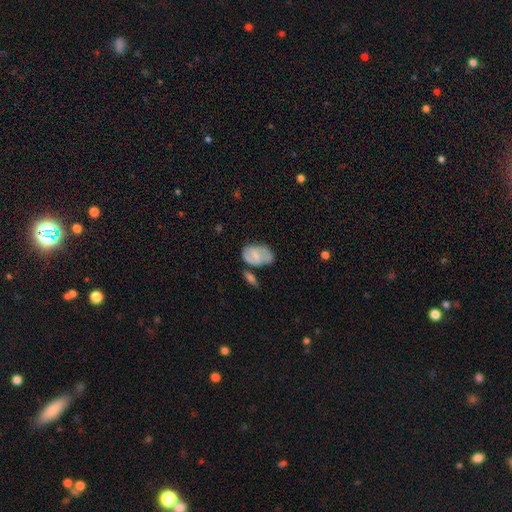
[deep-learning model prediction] A smooth galaxy with no disk features (50%). Merging: none (52%).